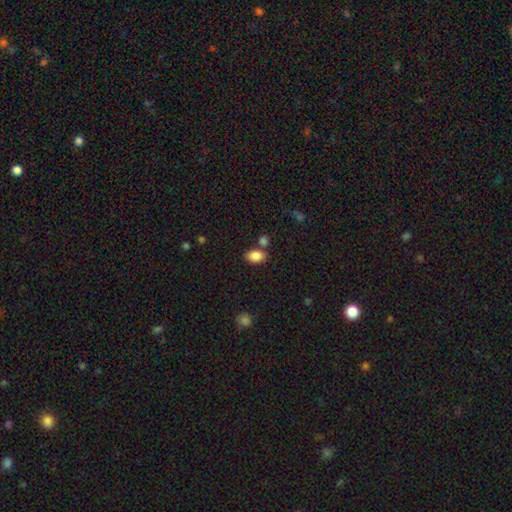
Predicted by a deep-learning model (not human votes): Morphology: type=smooth (87%); roundness=in between (85%); merging=none (67%).